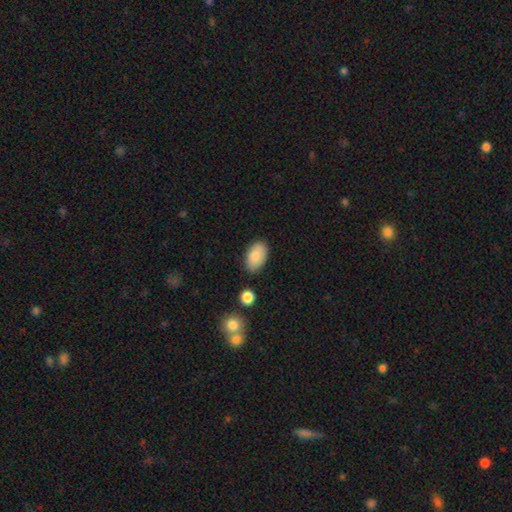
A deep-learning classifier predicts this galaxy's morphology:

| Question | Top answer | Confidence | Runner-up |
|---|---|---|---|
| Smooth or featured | smooth | 84% | featured or disk (10%) |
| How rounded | in between | 93% | round (6%) |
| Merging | none | 80% | minor disturbance (14%) |